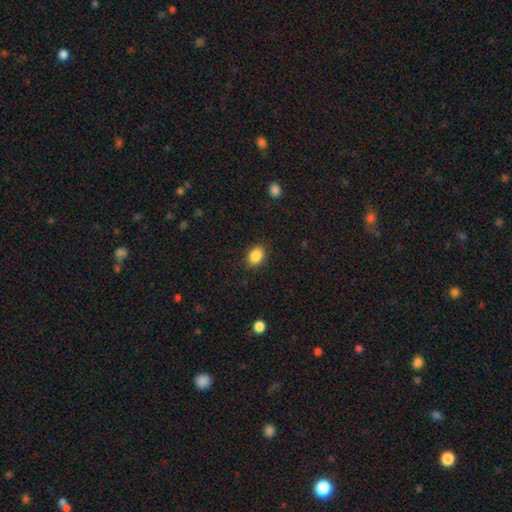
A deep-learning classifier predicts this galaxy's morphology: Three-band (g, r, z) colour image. It shows a smooth galaxy with no disk features (87%) that is in between round and cigar-shaped (62%). Merging: none (85%).